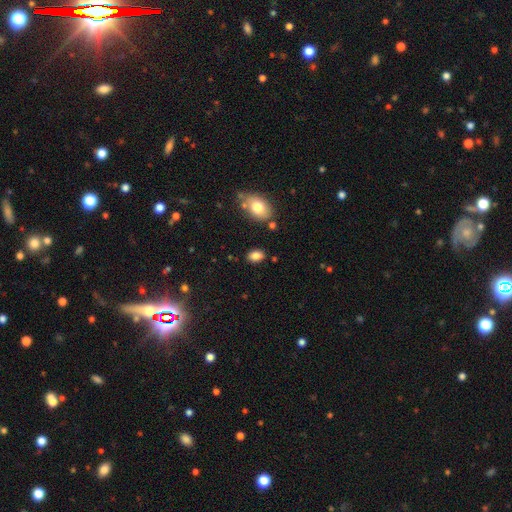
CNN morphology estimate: Smooth or featured? Predicted: smooth (p=0.84). How rounded? Predicted: in between (p=0.86). Merging? Predicted: none (p=0.83).